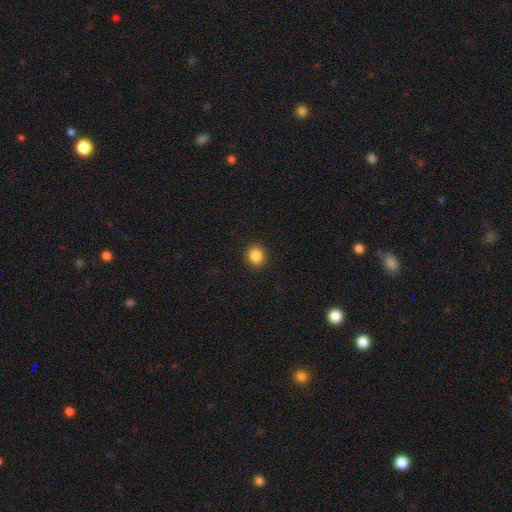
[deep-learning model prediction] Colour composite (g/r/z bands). It shows a smooth galaxy with no disk features (86%) that is round (86%). Merging: none (92%).